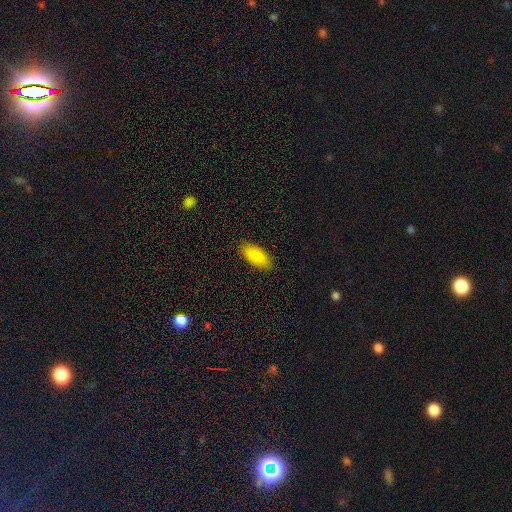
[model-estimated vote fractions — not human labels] Morphology: type=smooth (82%); roundness=in between (85%); merging=none (89%).